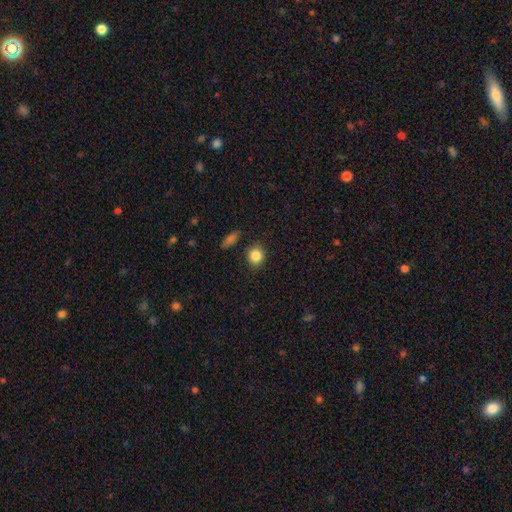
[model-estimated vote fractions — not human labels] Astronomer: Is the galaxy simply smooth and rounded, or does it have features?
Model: smooth — 86%.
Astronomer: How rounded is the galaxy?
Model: round — 79%.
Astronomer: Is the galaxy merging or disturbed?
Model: none — 85%.